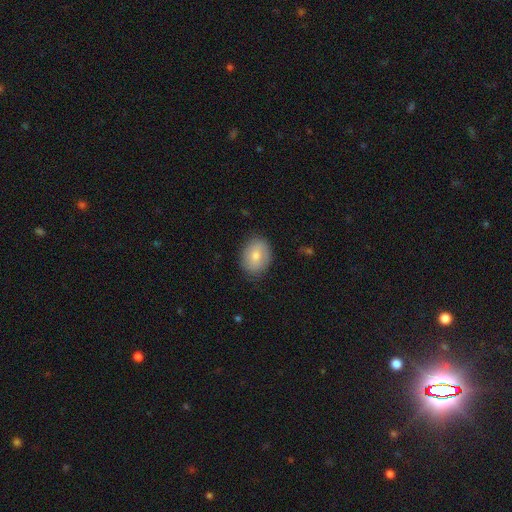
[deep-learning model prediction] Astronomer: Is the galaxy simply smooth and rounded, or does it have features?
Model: smooth — 70%.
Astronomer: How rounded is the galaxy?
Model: in between — 60% (runner-up: round, 39%).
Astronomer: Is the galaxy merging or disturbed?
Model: none — 80%.